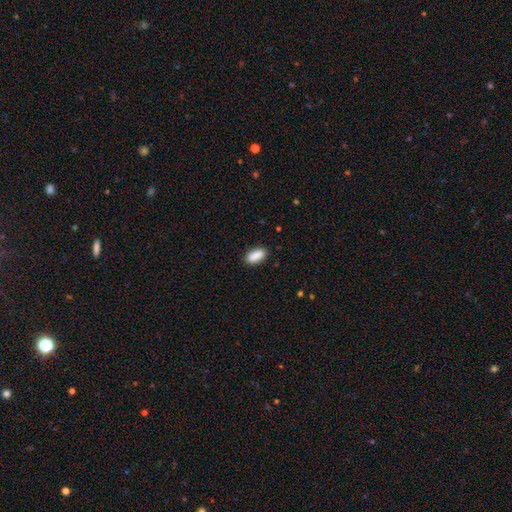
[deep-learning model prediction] Smooth or featured? Predicted: smooth (p=0.89). How rounded? Predicted: in between (p=0.85). Merging? Predicted: none (p=0.88).